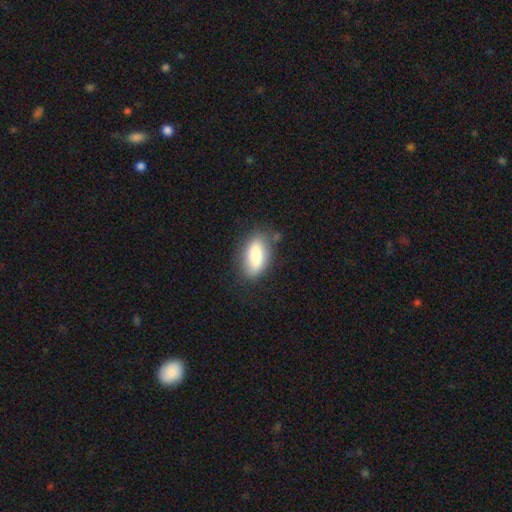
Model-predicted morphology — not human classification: This appears to be a smooth galaxy with no disk features (84%) that is in between round and cigar-shaped (88%). Merging: none (75%).